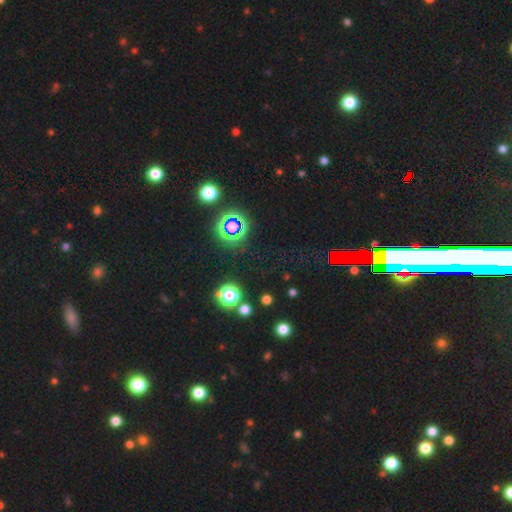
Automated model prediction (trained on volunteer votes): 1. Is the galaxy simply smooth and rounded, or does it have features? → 73% star or artifact, 18% smooth, 9% featured or disk.